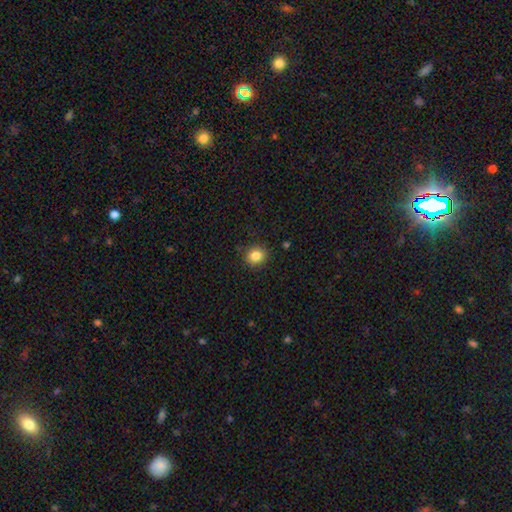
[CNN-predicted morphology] type=smooth (84%); roundness=round (82%); merging=none (88%).